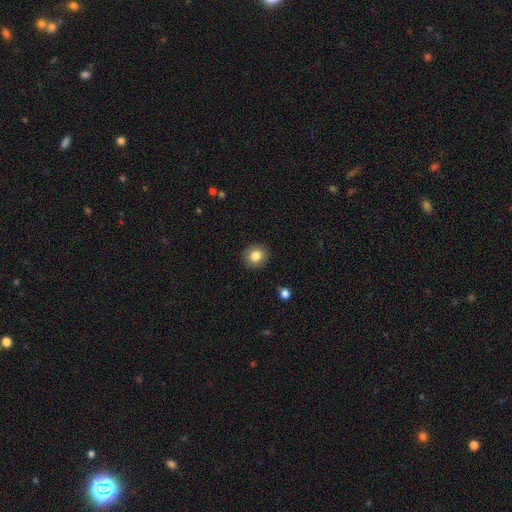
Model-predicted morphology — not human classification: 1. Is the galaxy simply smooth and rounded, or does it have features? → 83% smooth, 9% star or artifact, 8% featured or disk.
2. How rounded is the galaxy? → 88% round, 11% in between, 1% cigar-shaped.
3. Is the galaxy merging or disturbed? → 90% none, 7% minor disturbance, 2% major disturbance, 1% merger.